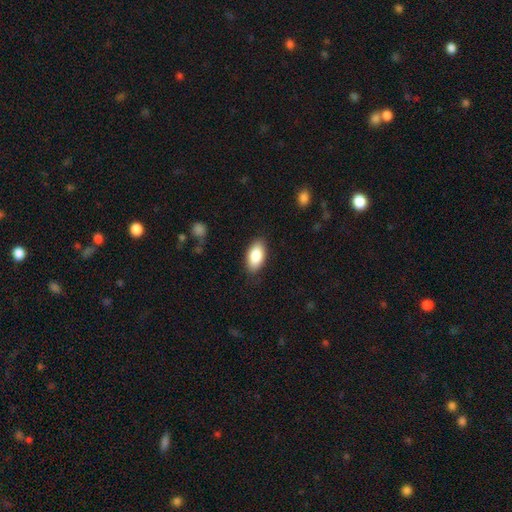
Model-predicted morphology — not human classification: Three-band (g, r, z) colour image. It shows a smooth galaxy with no disk features (86%) that is in between round and cigar-shaped (93%). Merging: none (84%).